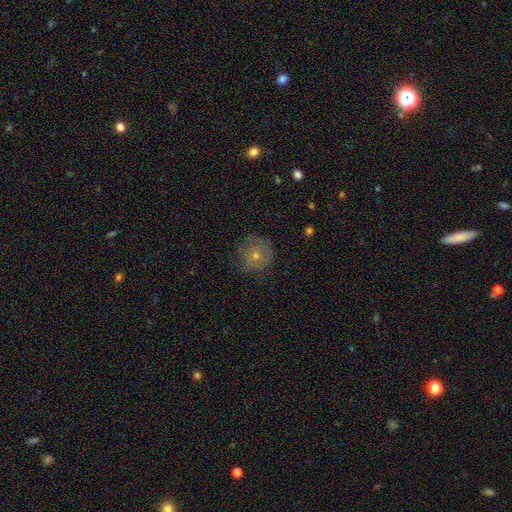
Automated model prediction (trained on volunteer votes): smooth_or_featured: smooth (p=0.64) [alt: featured or disk p=0.25]
how_rounded: round (p=0.93) [alt: in between p=0.06]
merging: none (p=0.72) [alt: minor disturbance p=0.19]